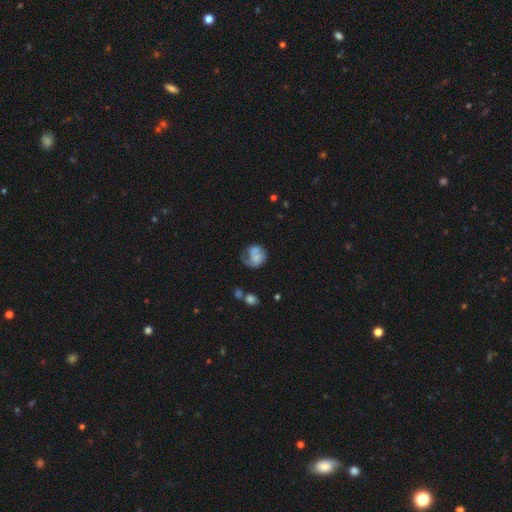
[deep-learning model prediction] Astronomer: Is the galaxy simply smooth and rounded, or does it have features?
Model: featured or disk — 49% (runner-up: smooth, 42%).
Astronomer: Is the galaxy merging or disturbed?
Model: none — 38% (runner-up: major disturbance, 28%).